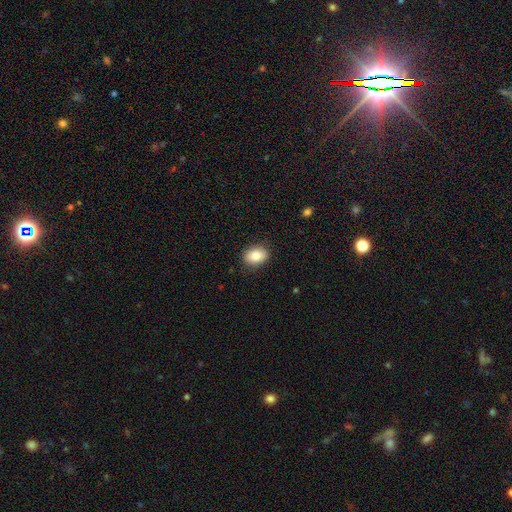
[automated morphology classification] Smooth or featured? smooth (83%)
How rounded? in between (74%)
Merging? none (87%)